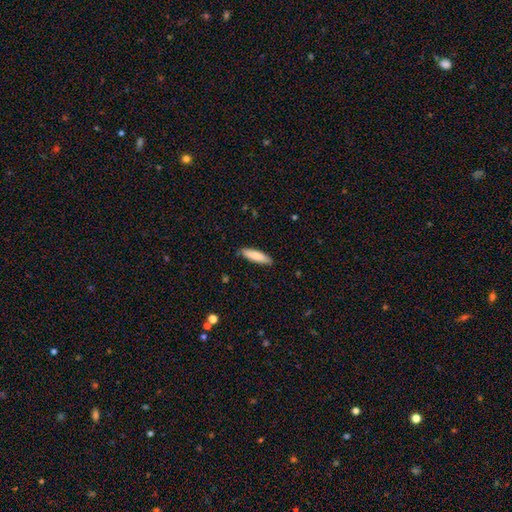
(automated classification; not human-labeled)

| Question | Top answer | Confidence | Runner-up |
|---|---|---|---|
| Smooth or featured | smooth | 83% | featured or disk (12%) |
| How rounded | cigar-shaped | 68% | in between (30%) |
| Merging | none | 88% | minor disturbance (9%) |